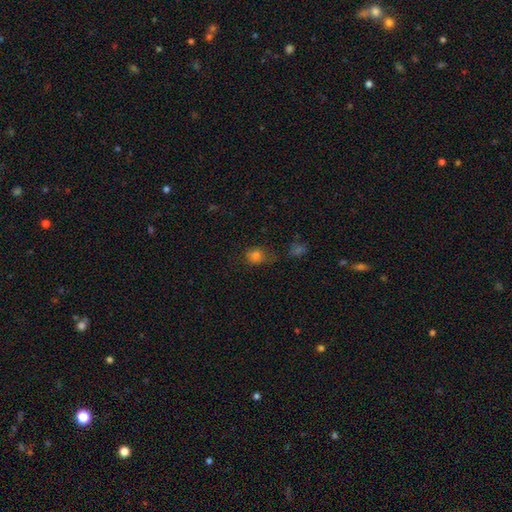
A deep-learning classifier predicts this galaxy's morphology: Smooth or featured? smooth (74%)
How rounded? round (64%)
Merging? none (57%)